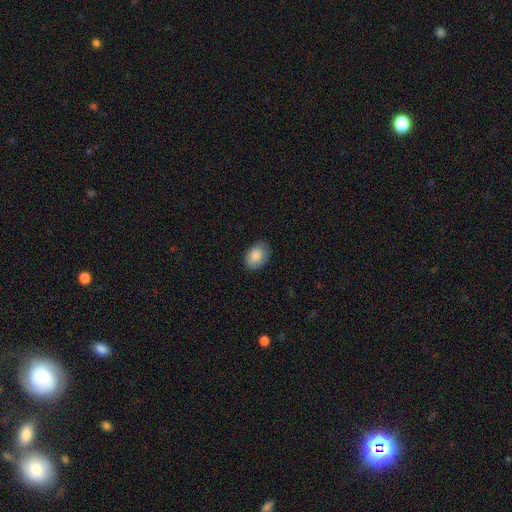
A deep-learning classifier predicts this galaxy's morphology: A smooth galaxy with no disk features (87%) that is in between round and cigar-shaped (77%).

Vote fractions:
- Smooth or featured? smooth: 87% / star or artifact: 7% / featured or disk: 6%
- How rounded? in between: 77% / round: 22% / cigar-shaped: 1%
- Merging? none: 85% / minor disturbance: 12% / major disturbance: 2% / merger: 1%